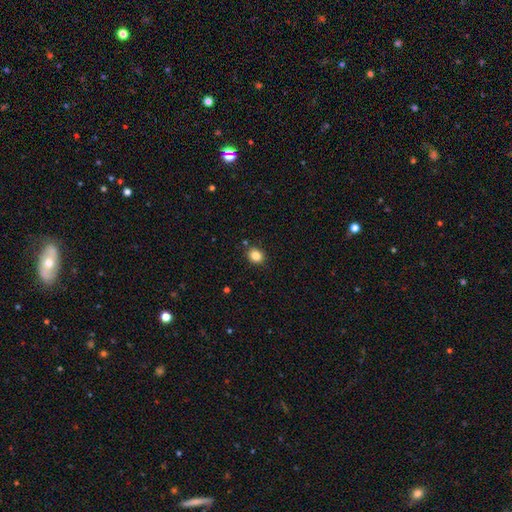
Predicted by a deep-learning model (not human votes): Morphology: type=smooth (84%); roundness=round (67%); merging=none (87%).